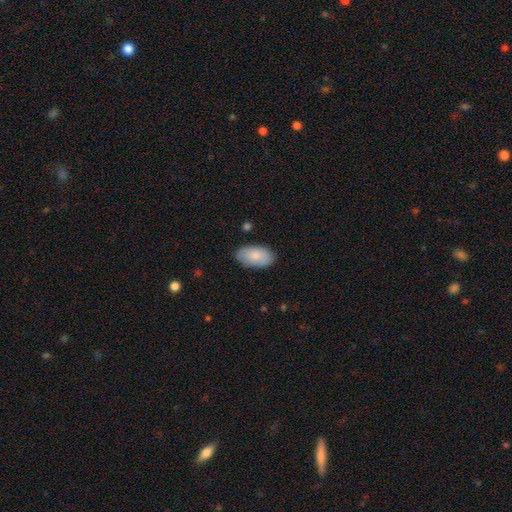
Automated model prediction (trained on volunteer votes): Smooth or featured? Predicted: smooth (p=0.84). How rounded? Predicted: in between (p=0.95). Merging? Predicted: none (p=0.84).